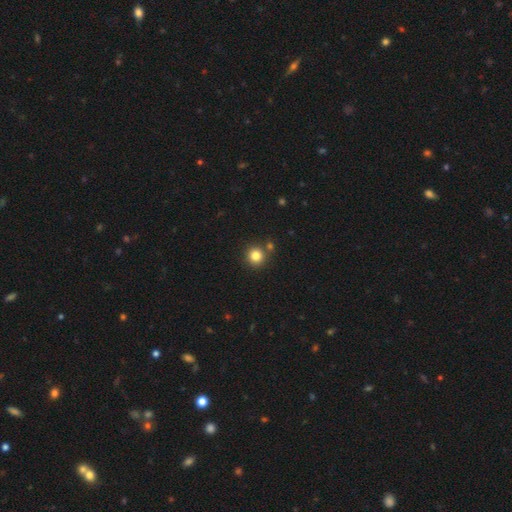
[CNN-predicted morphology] The model was most divided on "smooth or featured": smooth: 82%, star or artifact: 13%, featured or disk: 6%. More confident: how rounded — round (94%); merging — none (82%).